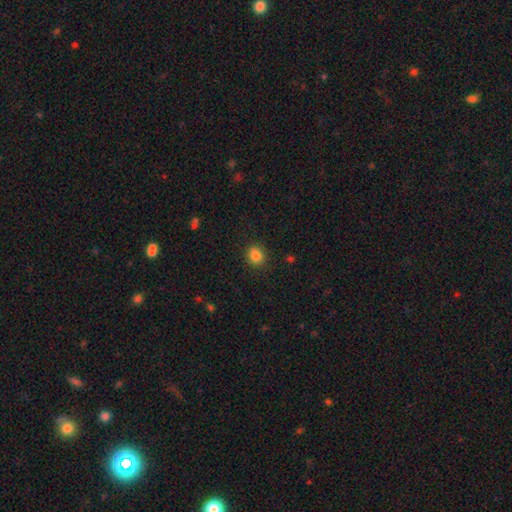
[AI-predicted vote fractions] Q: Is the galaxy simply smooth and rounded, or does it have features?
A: smooth — 83%.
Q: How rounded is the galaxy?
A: round — 78%.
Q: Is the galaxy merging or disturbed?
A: none — 83%.